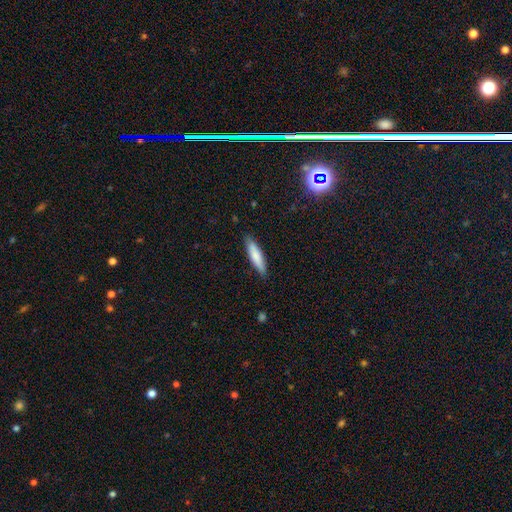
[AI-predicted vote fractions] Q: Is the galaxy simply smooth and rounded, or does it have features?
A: smooth — 79%.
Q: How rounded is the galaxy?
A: cigar-shaped — 76%.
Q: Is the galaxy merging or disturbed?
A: none — 87%.